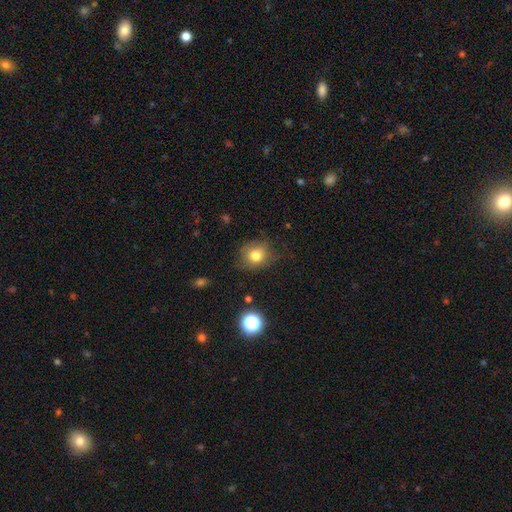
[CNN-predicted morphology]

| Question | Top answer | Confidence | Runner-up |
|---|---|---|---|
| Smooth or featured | smooth | 76% | star or artifact (12%) |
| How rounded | round | 76% | in between (23%) |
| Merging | none | 72% | minor disturbance (20%) |